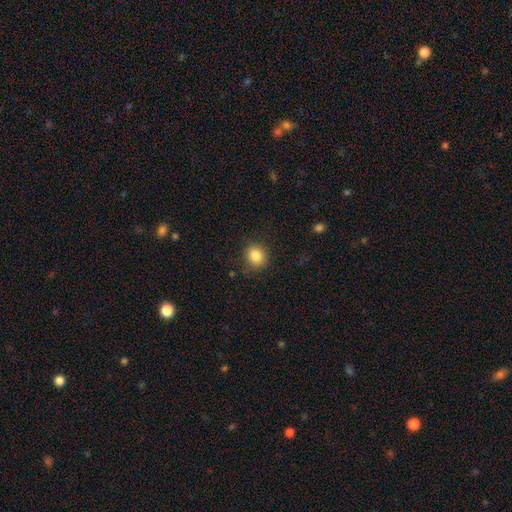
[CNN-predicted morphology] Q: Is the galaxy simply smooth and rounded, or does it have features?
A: smooth — 85%.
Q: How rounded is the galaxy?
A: round — 72%.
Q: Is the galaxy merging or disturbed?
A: none — 86%.